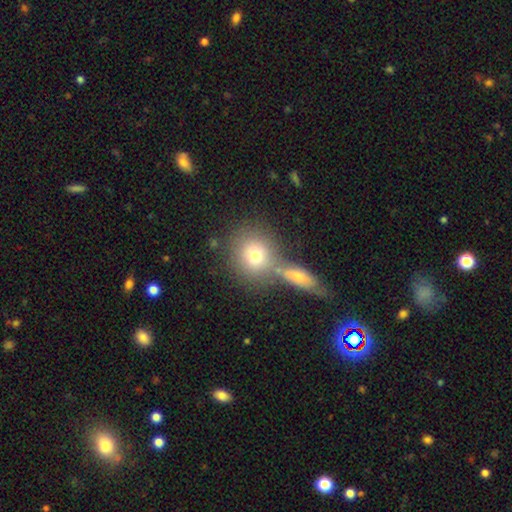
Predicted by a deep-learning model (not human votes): A smooth galaxy with no disk features (73%) that is round (84%). Merging: none (57%).